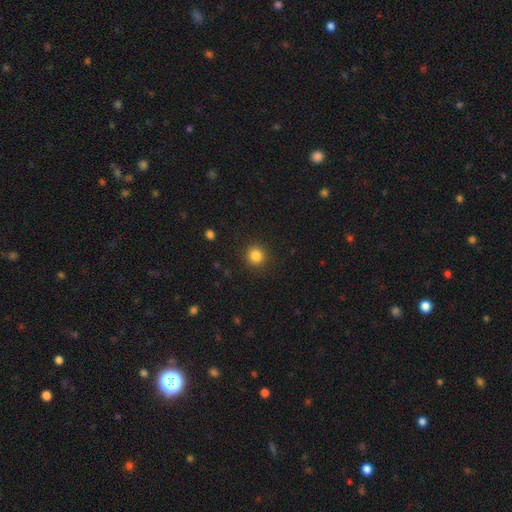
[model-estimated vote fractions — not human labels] This is clearly a smooth galaxy (85%). How rounded: clearly round (92%). Merging: clearly none (90%).